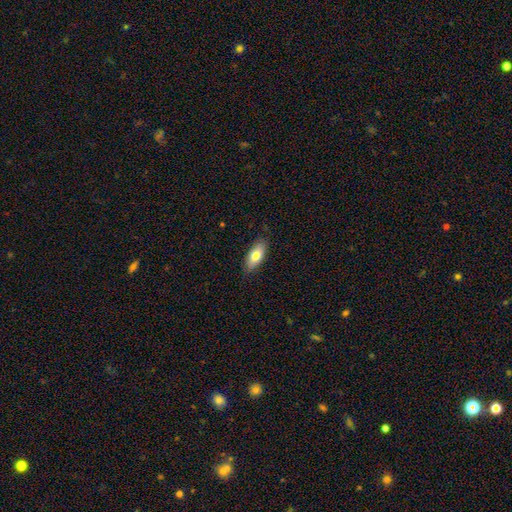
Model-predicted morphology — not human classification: Smooth or featured?
  - smooth: 75% *
  - featured or disk: 18%
  - star or artifact: 6%
How rounded?
  - in between: 82% *
  - cigar-shaped: 16%
  - round: 2%
Merging?
  - none: 85% *
  - minor disturbance: 12%
  - major disturbance: 2%
  - merger: 1%